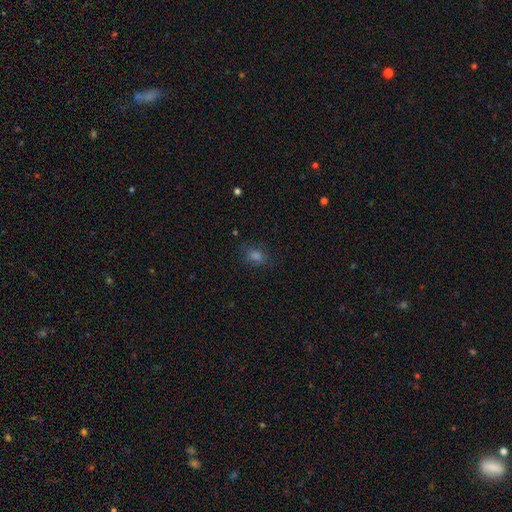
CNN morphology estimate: Smooth or featured? Predicted: smooth (p=0.66). How rounded? Predicted: in between (p=0.58). Merging? Predicted: none (p=0.80).